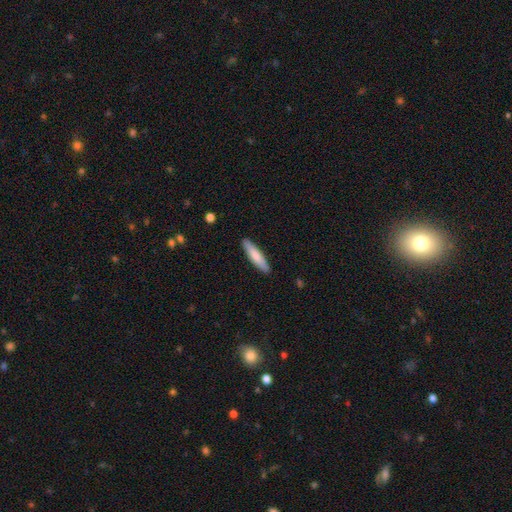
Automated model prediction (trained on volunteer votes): This appears to be a smooth galaxy with no disk features (79%) that is cigar-shaped (82%). Merging: none (90%).